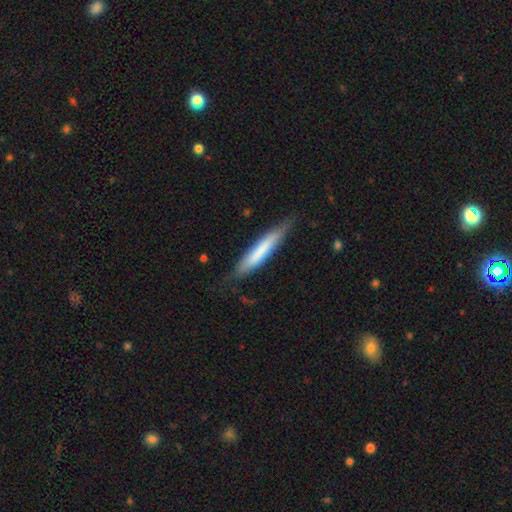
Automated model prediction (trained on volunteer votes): This is likely a smooth galaxy (66%). How rounded: clearly cigar-shaped (89%). Merging: likely none (75%).